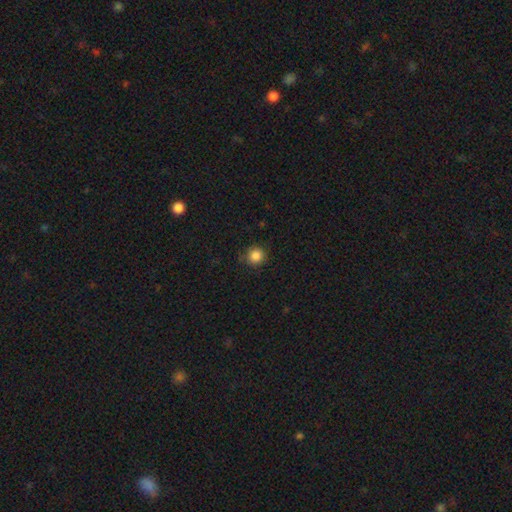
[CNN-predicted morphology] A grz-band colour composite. It shows a smooth galaxy with no disk features (86%) that is round (92%). Merging: none (83%).